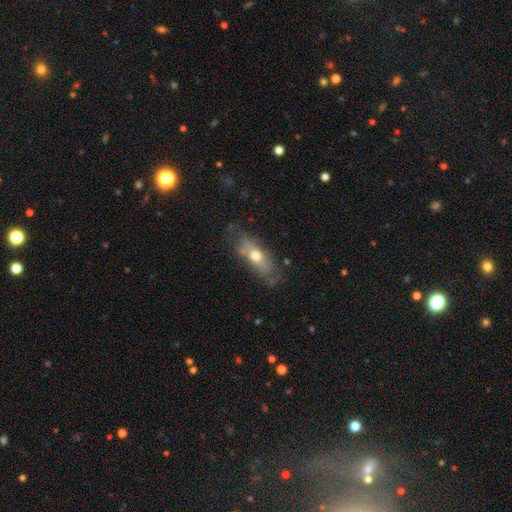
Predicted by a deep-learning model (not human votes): Overall: smooth (57%; featured or disk 37%). How rounded: in between (70%). Merging: none (62%; minor disturbance 25%).